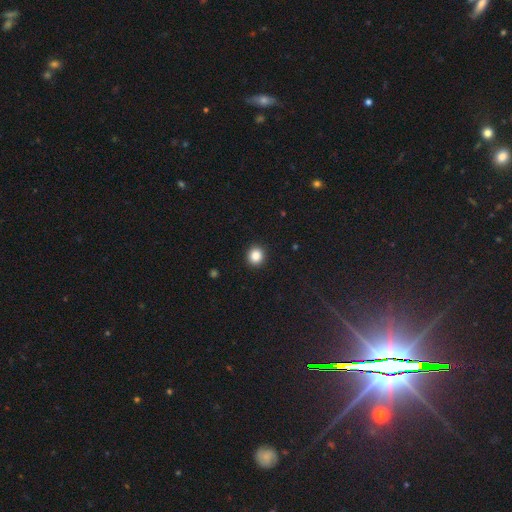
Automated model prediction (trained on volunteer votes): Smooth or featured: smooth — 87% (star or artifact — 10%)
How rounded: round — 89% (in between — 10%)
Merging: none — 92% (minor disturbance — 5%)